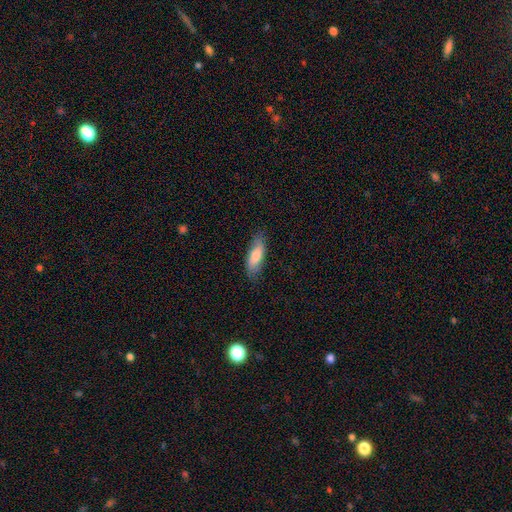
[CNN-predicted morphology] Q: Smooth or featured?
A: smooth (72%); runner-up: featured or disk (22%)
Q: How rounded?
A: in between (60%); runner-up: cigar-shaped (38%)
Q: Merging?
A: none (78%); runner-up: minor disturbance (18%)